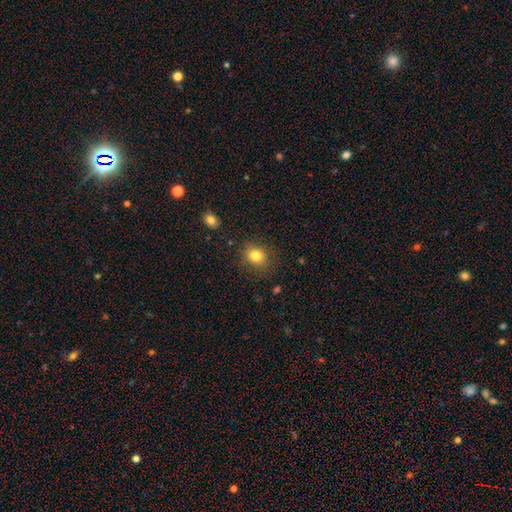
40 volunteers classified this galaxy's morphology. type=smooth (90%); roundness=round (64%); merging=none (86%).